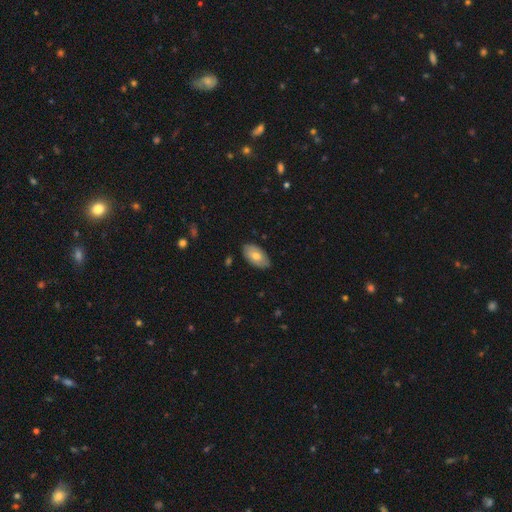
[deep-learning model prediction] This is likely a smooth galaxy (66%). How rounded: clearly in between (94%). Merging: clearly none (83%).